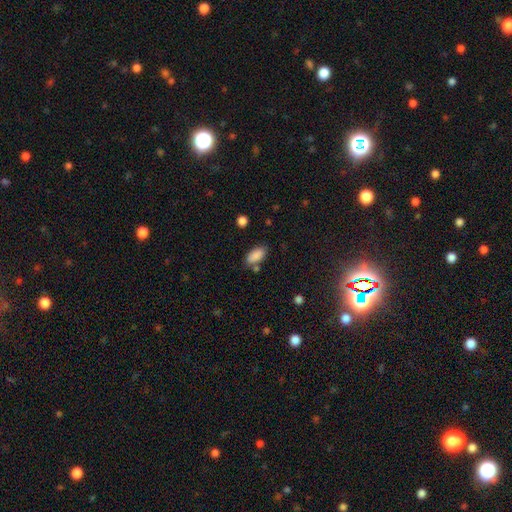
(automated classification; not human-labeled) smooth 88%, star or artifact 7%, featured or disk 4%. Down the decision tree: how rounded — in between (91%); merging — none (74%).